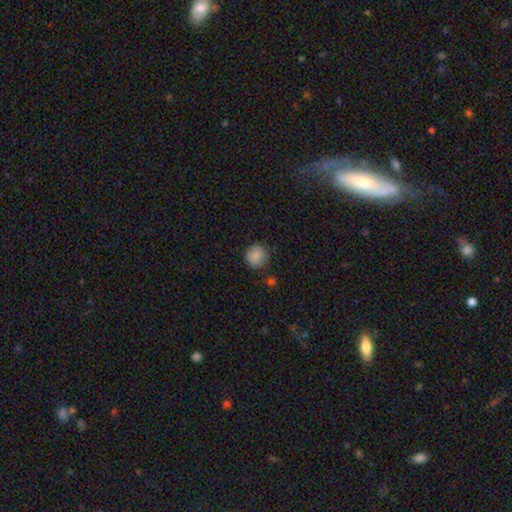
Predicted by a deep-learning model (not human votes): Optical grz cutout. It shows a smooth galaxy with no disk features (86%) that is round (93%). Merging: none (83%).